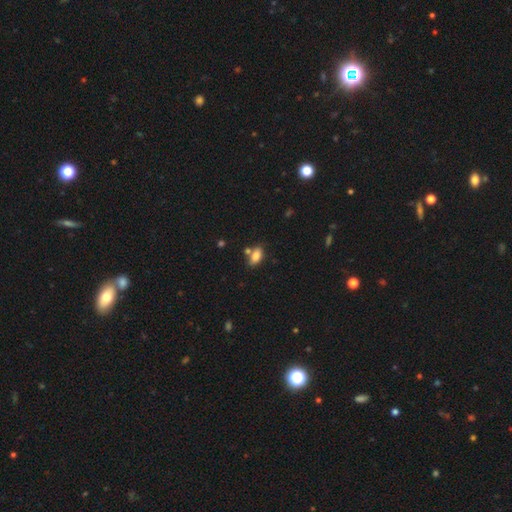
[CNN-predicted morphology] This appears to be a smooth galaxy with no disk features (83%) that is in between round and cigar-shaped (89%). Merging: none (63%).